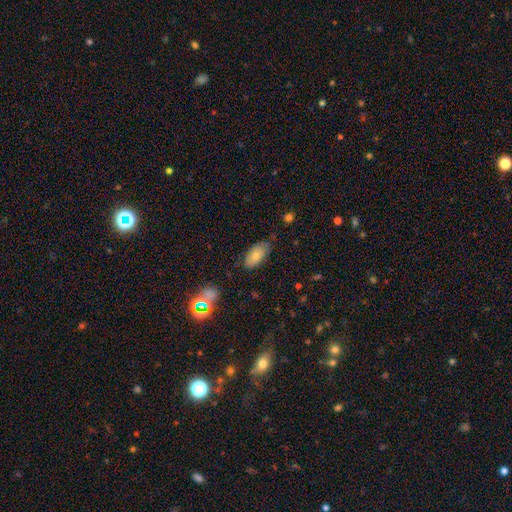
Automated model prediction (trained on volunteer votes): A smooth galaxy with no disk features (75%) that is in between round and cigar-shaped (92%). Merging: none (73%).